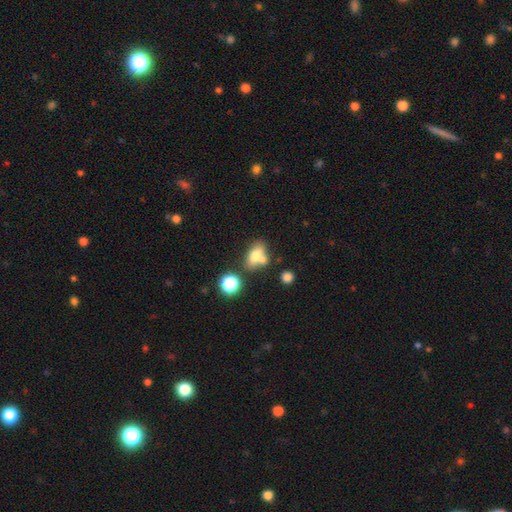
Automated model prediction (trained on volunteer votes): smooth-or-featured: smooth: 70% | featured or disk: 19% | star or artifact: 12%
  how-rounded: in between: 77% | round: 19% | cigar-shaped: 5%
  merging: none: 45% | merger: 33% | minor disturbance: 15% | major disturbance: 7%